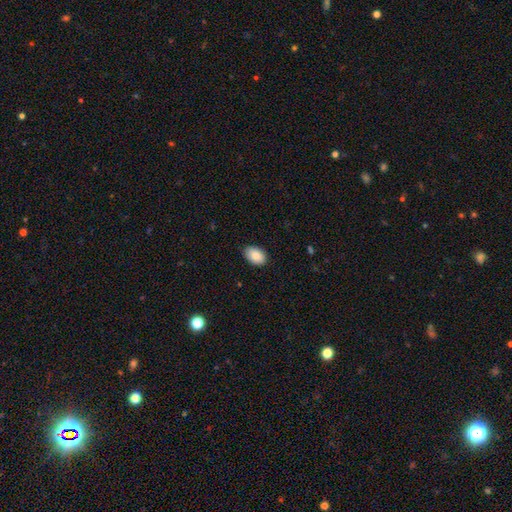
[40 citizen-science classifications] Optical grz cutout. It shows a smooth galaxy with no disk features (85%) that is in between round and cigar-shaped (94%). Merging: none (100%).